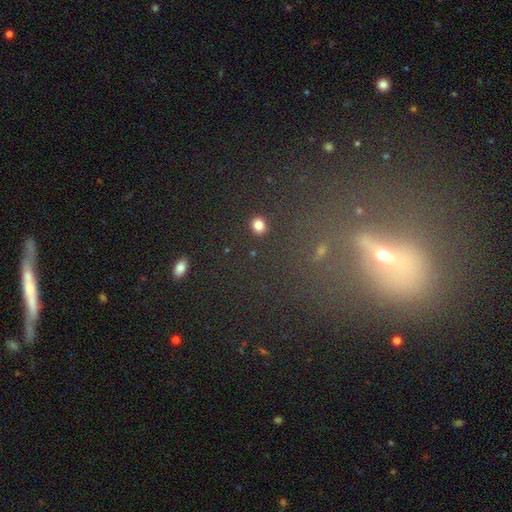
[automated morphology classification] type=star or artifact (45%).